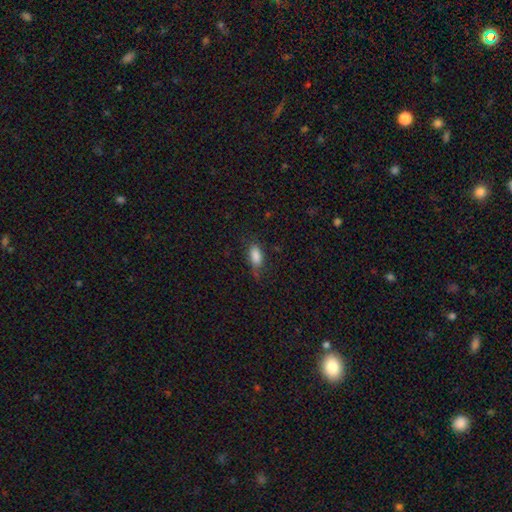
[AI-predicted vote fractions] Smooth or featured: smooth — 84% (star or artifact — 9%)
How rounded: in between — 85% (cigar-shaped — 11%)
Merging: none — 66% (minor disturbance — 24%)